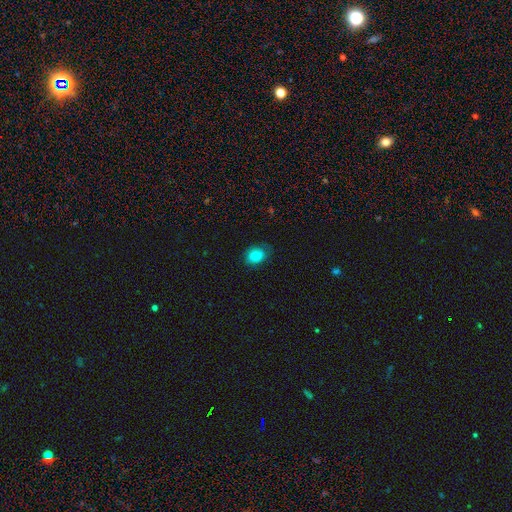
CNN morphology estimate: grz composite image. It shows a smooth galaxy with no disk features (84%) that is in between round and cigar-shaped (53%). Merging: none (70%).